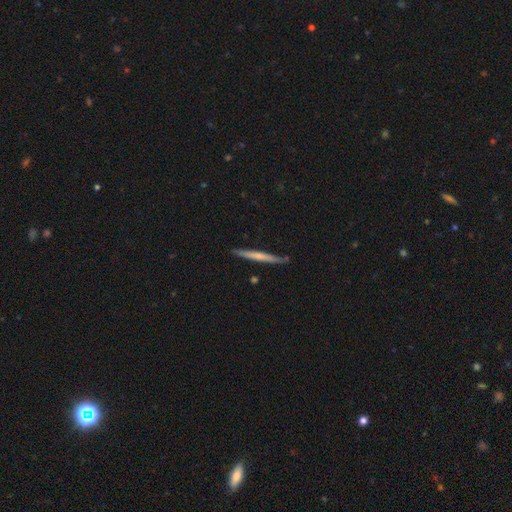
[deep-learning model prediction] A featured or disk galaxy (56%) viewed edge-on (97%) with no central bulge (59%).

Vote fractions:
- Smooth or featured? featured or disk: 56% / smooth: 37% / star or artifact: 6%
- Edge-on disk? yes: 97% / no: 3%
- Edge-on bulge? none: 59% / rounded: 33% / boxy: 8%
- Merging? none: 89% / minor disturbance: 8% / major disturbance: 1% / merger: 1%